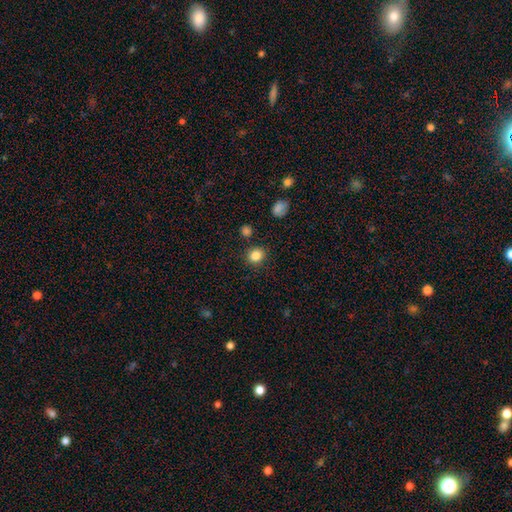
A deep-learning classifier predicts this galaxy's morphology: A smooth galaxy with no disk features (85%) that is round (79%).

Vote fractions:
- Smooth or featured? smooth: 85% / star or artifact: 11% / featured or disk: 4%
- How rounded? round: 79% / in between: 20% / cigar-shaped: 1%
- Merging? none: 88% / minor disturbance: 7% / merger: 3% / major disturbance: 2%